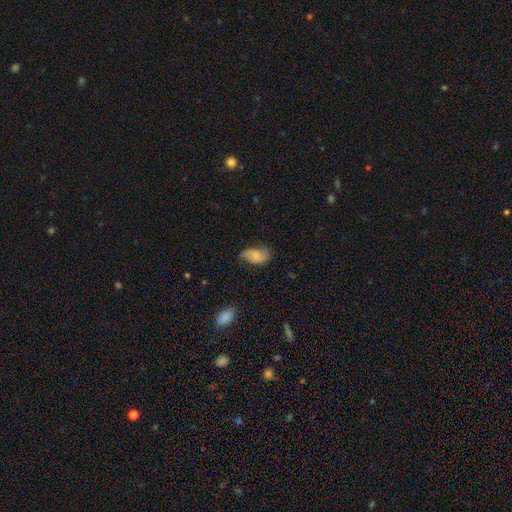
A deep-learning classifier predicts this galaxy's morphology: This appears to be a featured or disk galaxy (47%). Merging: none (58%).